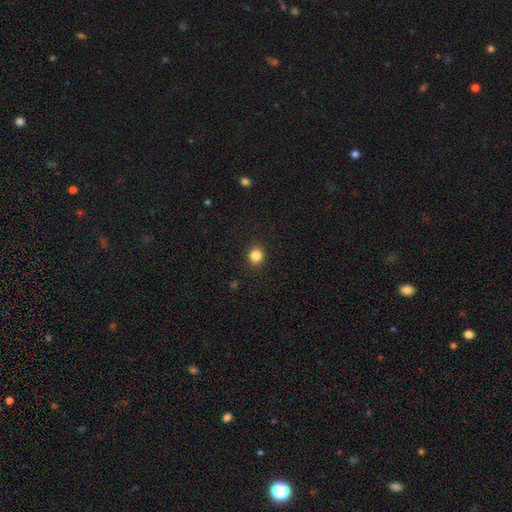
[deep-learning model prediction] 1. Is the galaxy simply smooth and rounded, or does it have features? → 85% smooth, 11% star or artifact, 4% featured or disk.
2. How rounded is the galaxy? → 79% round, 20% in between, 1% cigar-shaped.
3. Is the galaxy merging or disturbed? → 91% none, 6% minor disturbance, 2% major disturbance, 1% merger.